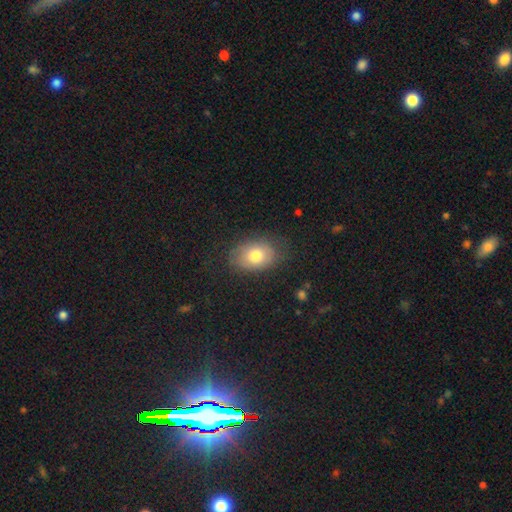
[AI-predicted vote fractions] Overall: smooth (75%). How rounded: in between (79%). Merging: none (77%).